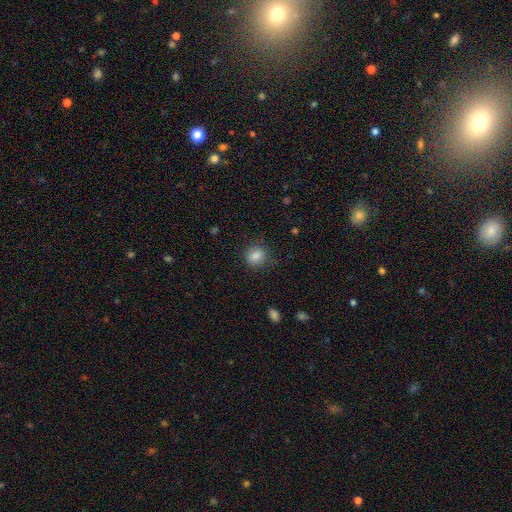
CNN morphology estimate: A smooth galaxy with no disk features (85%) that is round (70%).

Vote fractions:
- Smooth or featured? smooth: 85% / star or artifact: 10% / featured or disk: 5%
- How rounded? round: 70% / in between: 29% / cigar-shaped: 1%
- Merging? none: 80% / minor disturbance: 14% / major disturbance: 4% / merger: 1%